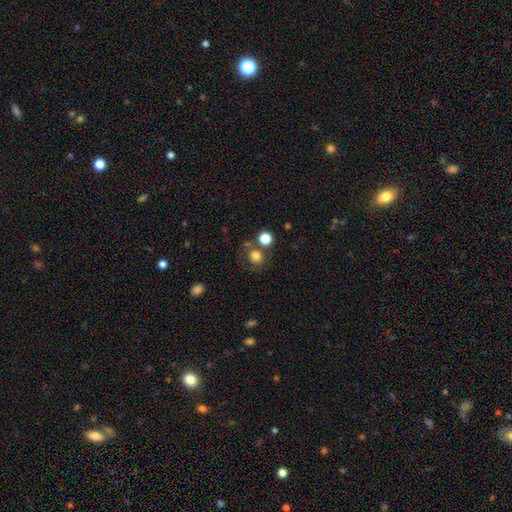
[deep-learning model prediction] Q: Smooth or featured?
A: smooth (78%); runner-up: star or artifact (13%)
Q: How rounded?
A: round (84%); runner-up: in between (15%)
Q: Merging?
A: none (65%); runner-up: merger (18%)